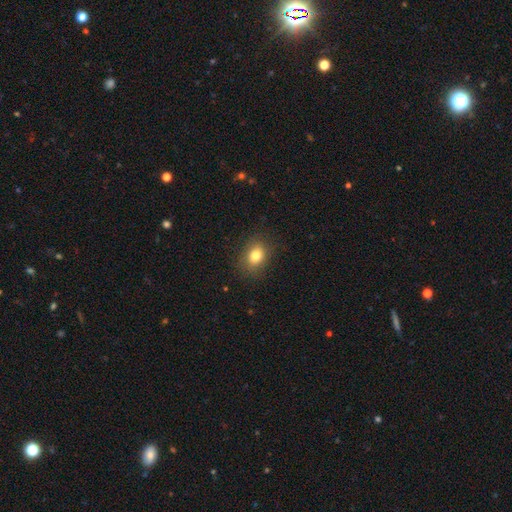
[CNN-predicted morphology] This appears to be a smooth galaxy with no disk features (81%) that is in between round and cigar-shaped (61%). Merging: none (85%).